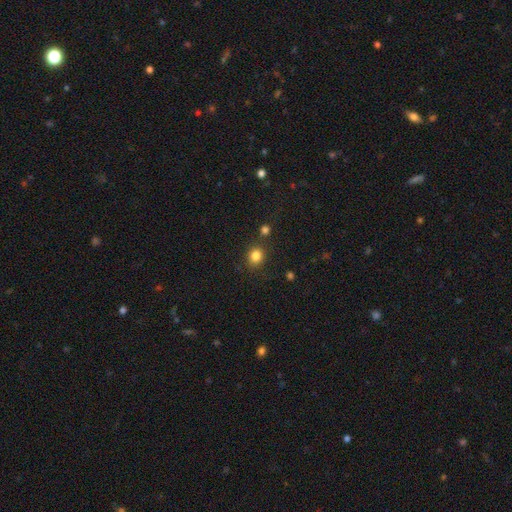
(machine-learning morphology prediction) type=smooth (82%); roundness=round (77%); merging=none (78%).